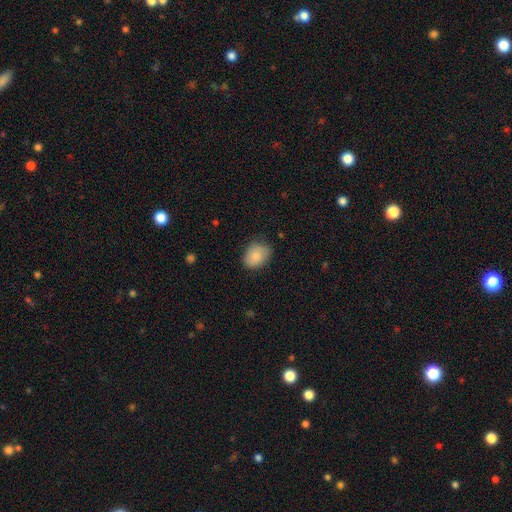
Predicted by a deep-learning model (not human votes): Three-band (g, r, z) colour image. It shows a smooth galaxy with no disk features (86%) that is in between round and cigar-shaped (66%). Merging: none (76%).